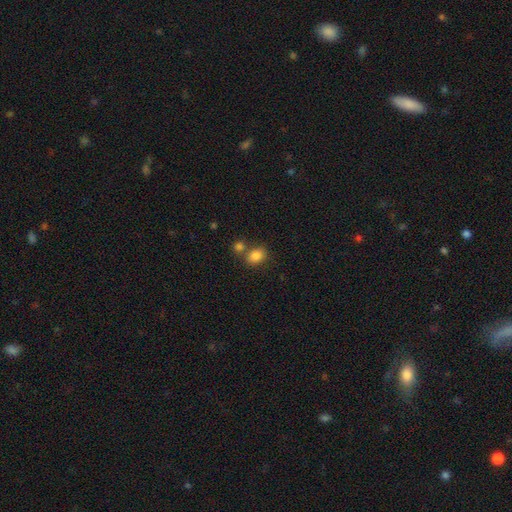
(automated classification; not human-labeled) A smooth galaxy with no disk features (84%) that is in between round and cigar-shaped (59%).

Vote fractions:
- Smooth or featured? smooth: 84% / star or artifact: 10% / featured or disk: 6%
- How rounded? in between: 59% / round: 40% / cigar-shaped: 1%
- Merging? none: 60% / merger: 26% / minor disturbance: 11% / major disturbance: 4%